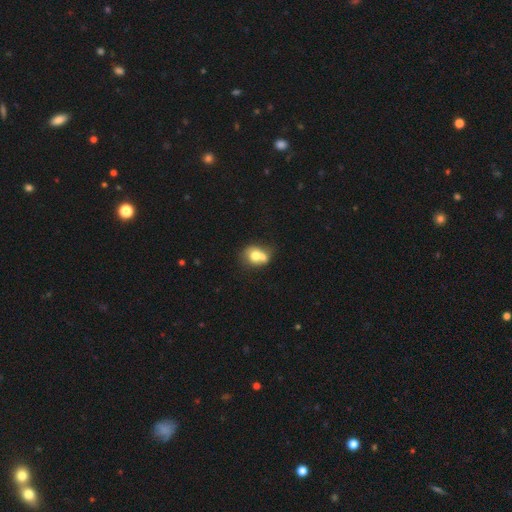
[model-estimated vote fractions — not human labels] Smooth or featured: smooth — 69% (featured or disk — 21%)
How rounded: round — 59% (in between — 40%)
Merging: merger — 54% (none — 28%)